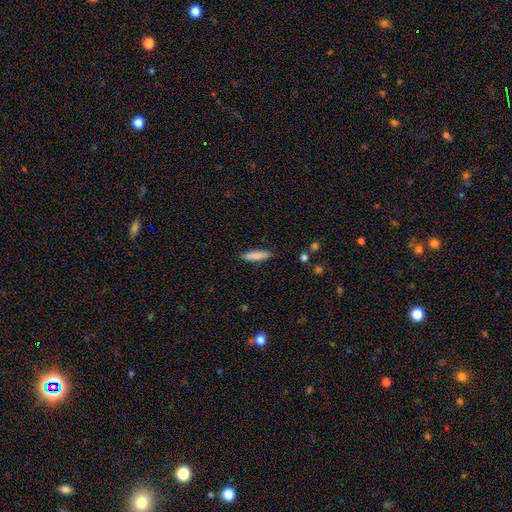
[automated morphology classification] A smooth galaxy with no disk features (85%) that is cigar-shaped (80%).

Vote fractions:
- Smooth or featured? smooth: 85% / featured or disk: 9% / star or artifact: 6%
- How rounded? cigar-shaped: 80% / in between: 19% / round: 1%
- Merging? none: 89% / minor disturbance: 8% / major disturbance: 2% / merger: 1%